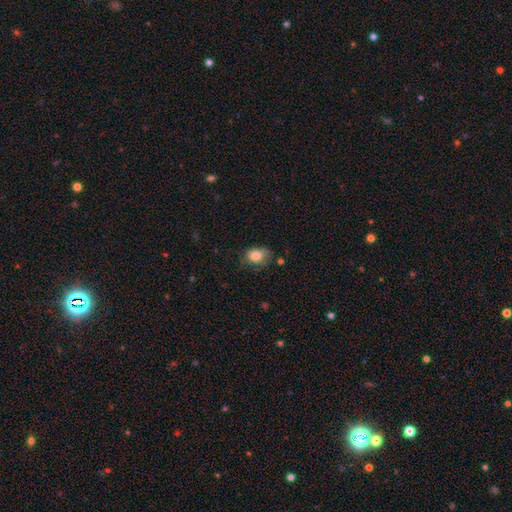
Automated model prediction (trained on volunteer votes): smooth-or-featured: smooth: 81% | featured or disk: 10% | star or artifact: 9%
  how-rounded: in between: 61% | round: 38% | cigar-shaped: 1%
  merging: none: 54% | minor disturbance: 32% | major disturbance: 12% | merger: 2%